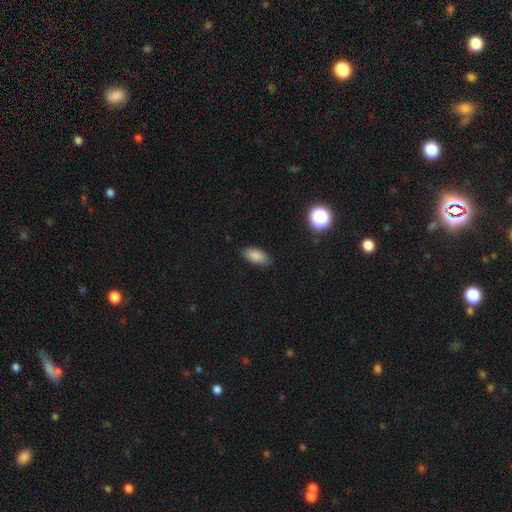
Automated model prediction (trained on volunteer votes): This appears to be a smooth galaxy with no disk features (86%) that is in between round and cigar-shaped (92%). Merging: none (85%).